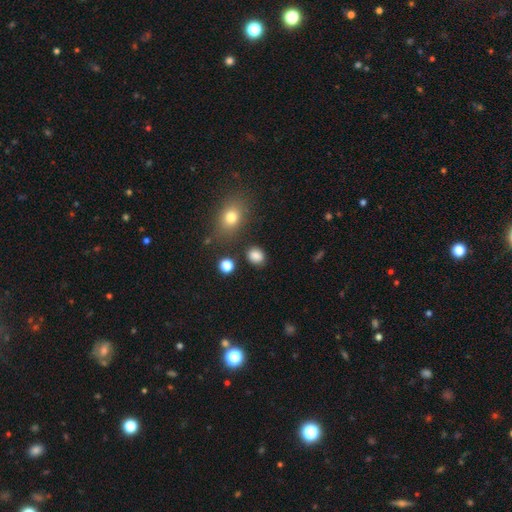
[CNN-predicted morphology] smooth 85%, star or artifact 11%, featured or disk 4%. Down the decision tree: how rounded — round (51%); merging — none (81%).